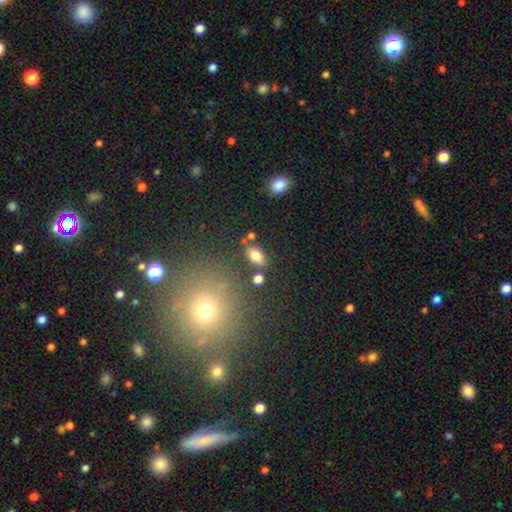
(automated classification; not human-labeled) smooth-or-featured: smooth: 81% | star or artifact: 10% | featured or disk: 9%
  how-rounded: in between: 90% | round: 7% | cigar-shaped: 4%
  merging: none: 77% | minor disturbance: 12% | merger: 8% | major disturbance: 4%